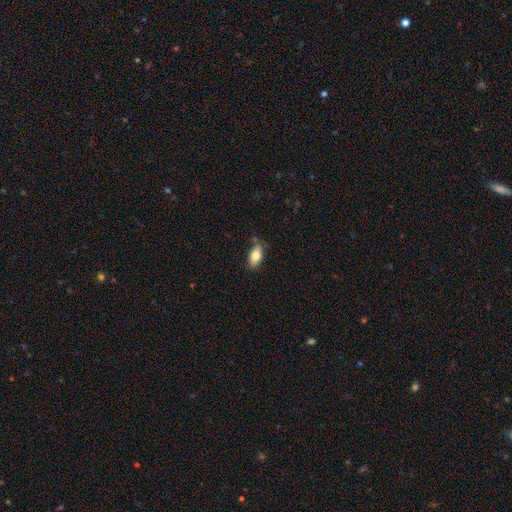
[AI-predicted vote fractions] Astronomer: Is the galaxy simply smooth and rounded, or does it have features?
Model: smooth — 81%.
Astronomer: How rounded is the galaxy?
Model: in between — 91%.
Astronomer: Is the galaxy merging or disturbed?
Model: none — 78%.